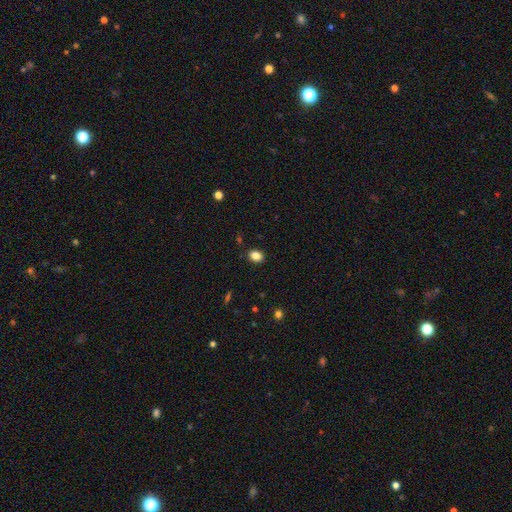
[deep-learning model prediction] Smooth or featured? smooth (85%)
How rounded? in between (67%)
Merging? none (87%)